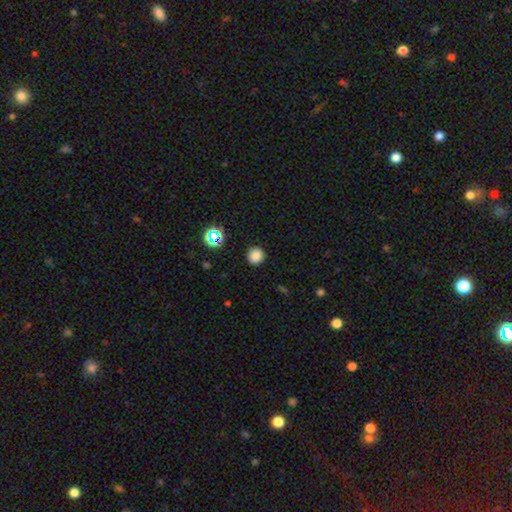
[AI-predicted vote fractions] A smooth galaxy with no disk features (81%) that is round (91%).

Vote fractions:
- Smooth or featured? smooth: 81% / star or artifact: 15% / featured or disk: 4%
- How rounded? round: 91% / in between: 8% / cigar-shaped: 1%
- Merging? none: 90% / minor disturbance: 6% / major disturbance: 2% / merger: 1%